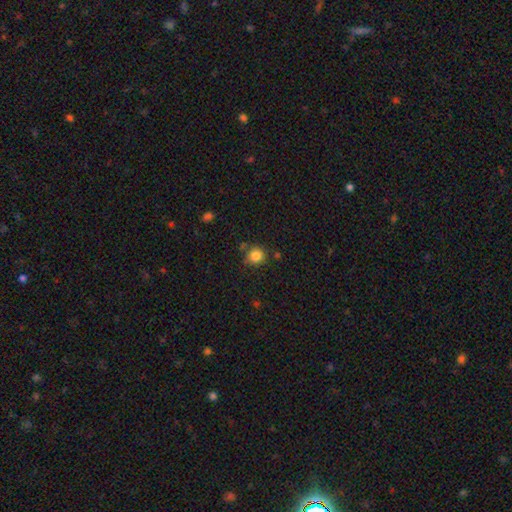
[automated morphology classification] smooth-or-featured: smooth: 84% | star or artifact: 11% | featured or disk: 5%
  how-rounded: round: 89% | in between: 10% | cigar-shaped: 1%
  merging: none: 76% | minor disturbance: 14% | merger: 7% | major disturbance: 4%